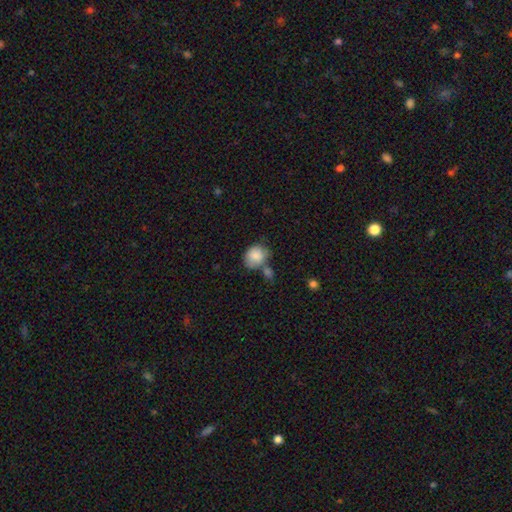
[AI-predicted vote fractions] Smooth or featured? smooth (85%)
How rounded? round (58%)
Merging? none (45%)